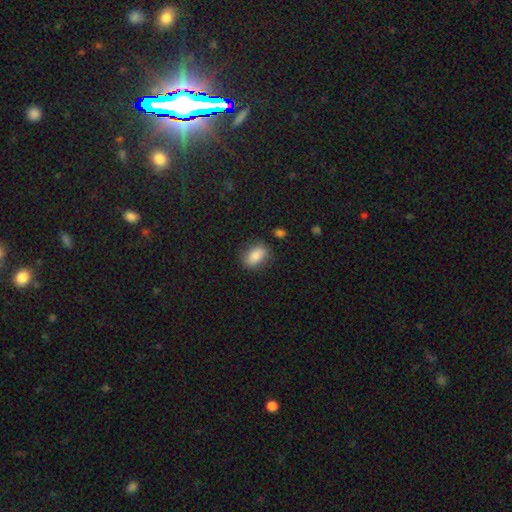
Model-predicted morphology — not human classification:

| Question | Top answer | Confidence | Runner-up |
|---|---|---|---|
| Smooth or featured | smooth | 83% | featured or disk (9%) |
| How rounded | in between | 81% | round (16%) |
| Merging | none | 80% | minor disturbance (14%) |